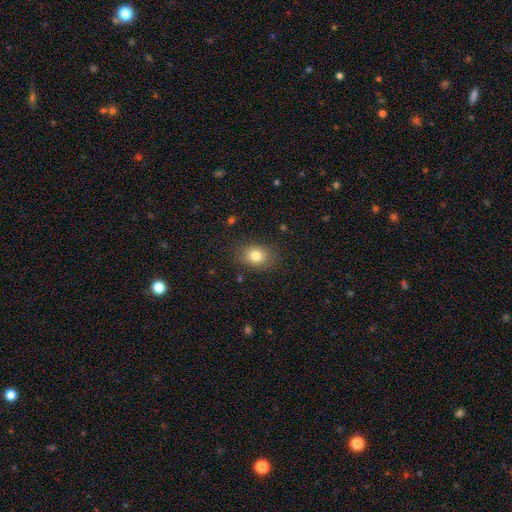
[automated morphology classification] smooth_or_featured: smooth (p=0.80) [alt: star or artifact p=0.11]
how_rounded: in between (p=0.56) [alt: round p=0.43]
merging: none (p=0.84) [alt: minor disturbance p=0.11]